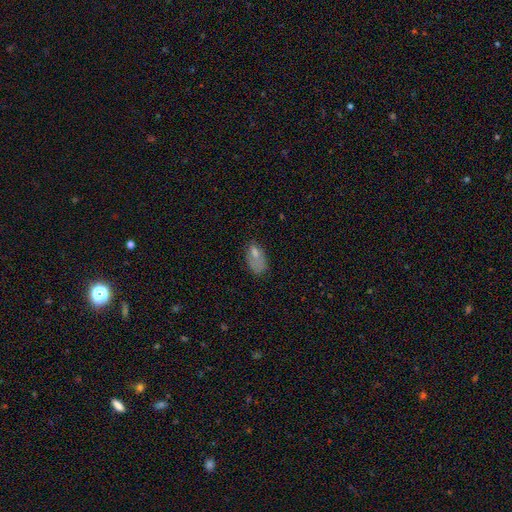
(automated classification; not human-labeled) smooth-or-featured: smooth: 69% | featured or disk: 20% | star or artifact: 11%
  how-rounded: in between: 89% | round: 7% | cigar-shaped: 4%
  merging: none: 38% | minor disturbance: 30% | major disturbance: 28% | merger: 5%